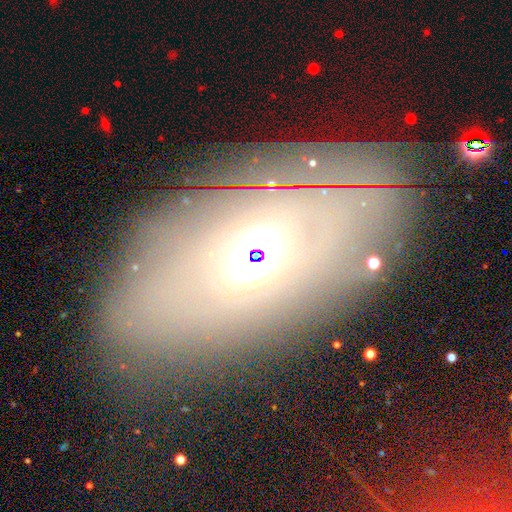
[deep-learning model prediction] Q: Smooth or featured?
A: featured or disk (41%); runner-up: smooth (35%)
Q: Merging?
A: none (74%); runner-up: minor disturbance (13%)